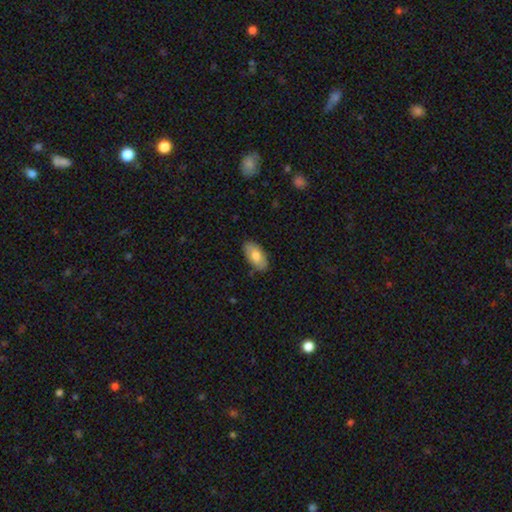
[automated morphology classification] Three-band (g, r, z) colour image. It shows a smooth galaxy with no disk features (76%) that is in between round and cigar-shaped (94%). Merging: none (84%).